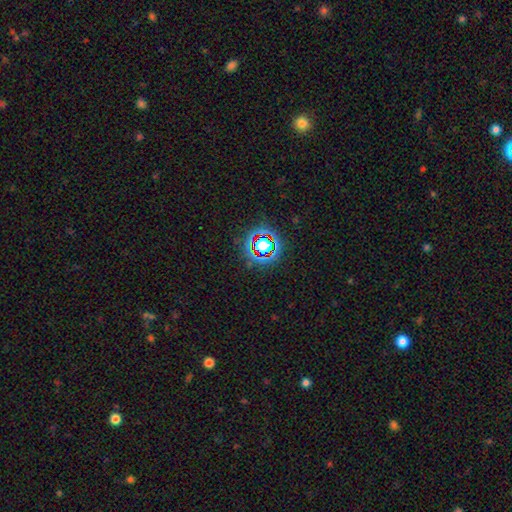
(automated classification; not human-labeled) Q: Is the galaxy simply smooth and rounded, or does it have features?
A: star or artifact — 75%.